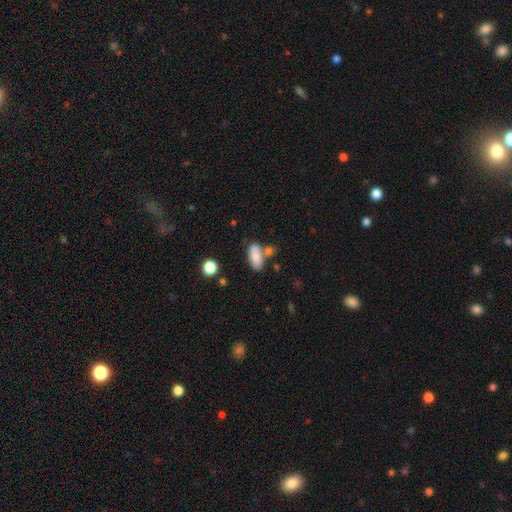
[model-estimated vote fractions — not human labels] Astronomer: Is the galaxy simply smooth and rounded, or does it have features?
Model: smooth — 79%.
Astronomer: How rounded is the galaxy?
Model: in between — 86%.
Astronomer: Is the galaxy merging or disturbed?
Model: none — 57%.